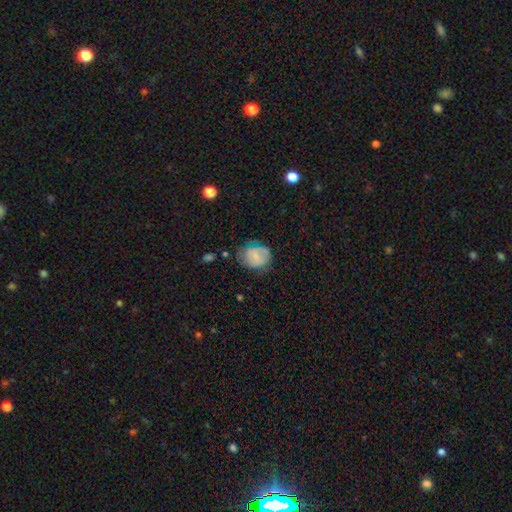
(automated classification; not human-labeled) Smooth or featured? smooth (59%)
How rounded? round (61%)
Merging? none (54%)